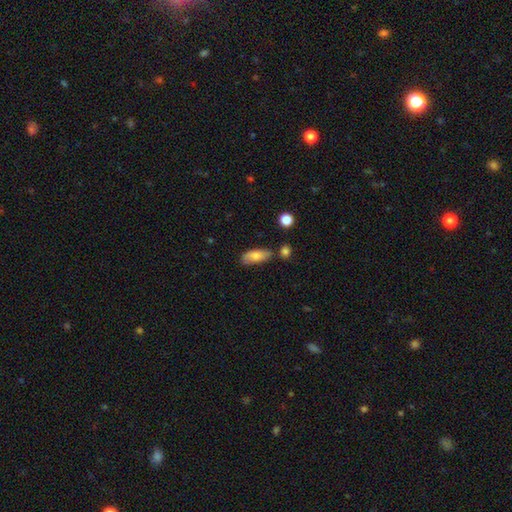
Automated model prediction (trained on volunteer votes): A smooth galaxy with no disk features (75%) that is in between round and cigar-shaped (79%). Merging: none (67%).